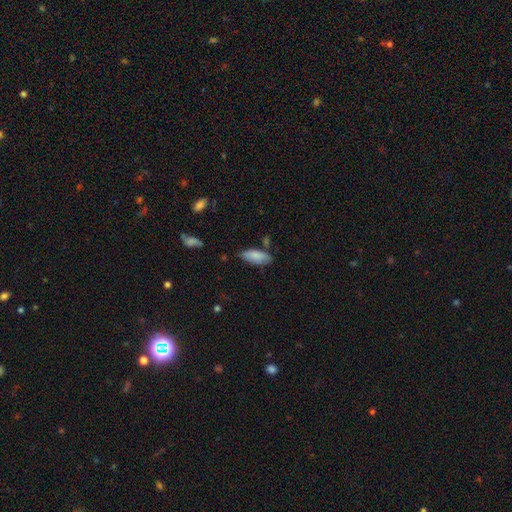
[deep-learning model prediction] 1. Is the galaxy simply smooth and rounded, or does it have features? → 82% smooth, 12% featured or disk, 6% star or artifact.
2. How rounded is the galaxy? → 79% in between, 19% cigar-shaped, 2% round.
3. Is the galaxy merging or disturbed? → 68% none, 22% minor disturbance, 5% merger, 4% major disturbance.